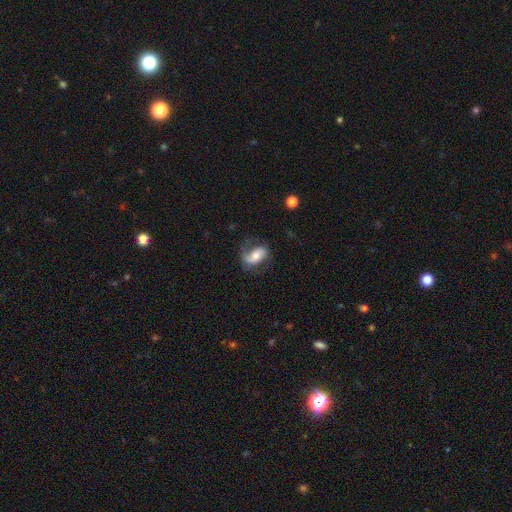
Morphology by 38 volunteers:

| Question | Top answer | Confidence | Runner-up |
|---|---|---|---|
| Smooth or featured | featured or disk | 58% | smooth (37%) |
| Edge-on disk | no | 100% | — |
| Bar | no | 59% | strong (32%) |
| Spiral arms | yes | 95% | no (5%) |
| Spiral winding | loose | 52% | medium (33%) |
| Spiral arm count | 2 | 71% | 1 (29%) |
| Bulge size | moderate | 68% | small (18%) |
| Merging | none | 58% | minor disturbance (22%) |